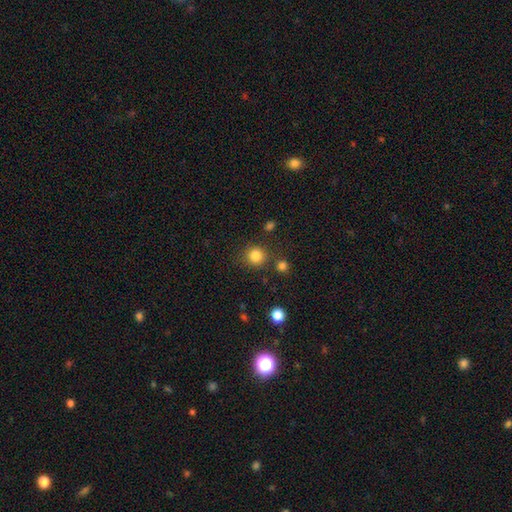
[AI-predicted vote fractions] A smooth galaxy with no disk features (84%) that is round (91%).

Vote fractions:
- Smooth or featured? smooth: 84% / star or artifact: 12% / featured or disk: 4%
- How rounded? round: 91% / in between: 8% / cigar-shaped: 1%
- Merging? none: 82% / minor disturbance: 9% / merger: 6% / major disturbance: 3%